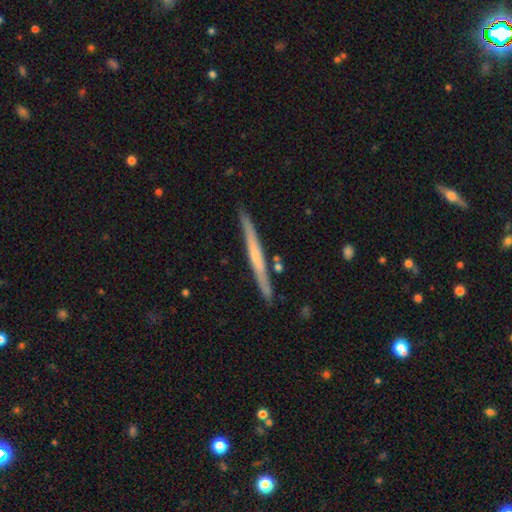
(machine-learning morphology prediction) This is possibly a featured or disk galaxy (58%). It is clearly viewed edge-on (97%). Edge-on bulge: likely none (66%). Merging: clearly none (87%).